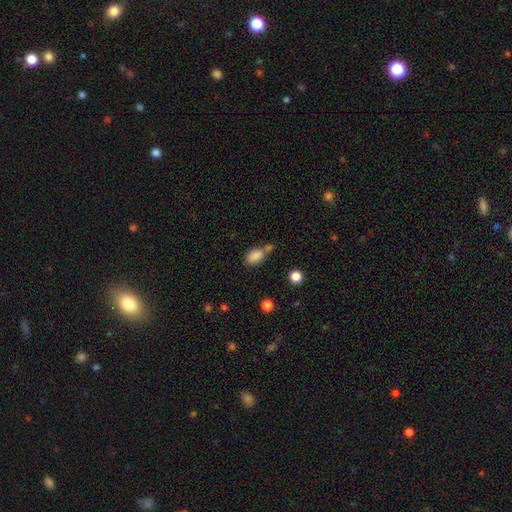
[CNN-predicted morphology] Smooth or featured: smooth — 85% (star or artifact — 9%)
How rounded: in between — 85% (round — 13%)
Merging: none — 45% (merger — 30%)